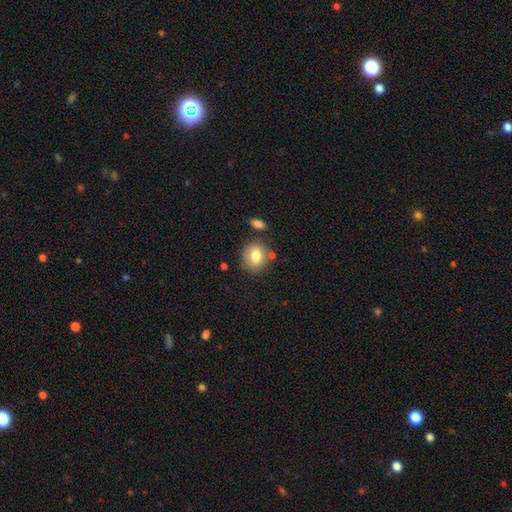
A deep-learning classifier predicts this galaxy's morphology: Smooth or featured: smooth — 80% (featured or disk — 11%)
How rounded: round — 68% (in between — 31%)
Merging: none — 75% (minor disturbance — 13%)